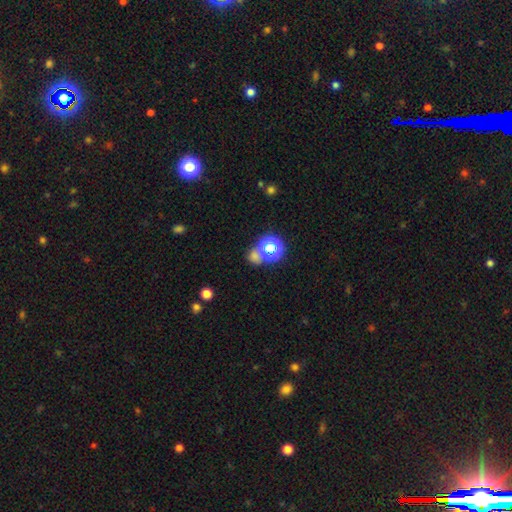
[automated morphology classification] This appears to be a smooth galaxy with no disk features (56%) that is round (81%). Merging: none (57%).